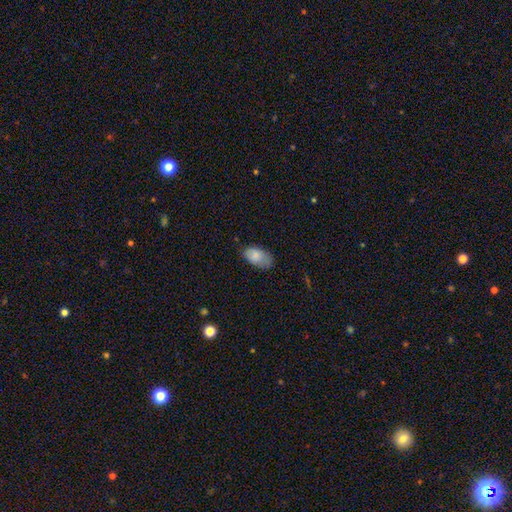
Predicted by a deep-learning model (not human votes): smooth-or-featured: smooth: 83% | featured or disk: 10% | star or artifact: 7%
  how-rounded: in between: 94% | round: 4% | cigar-shaped: 2%
  merging: none: 62% | minor disturbance: 29% | major disturbance: 7% | merger: 1%